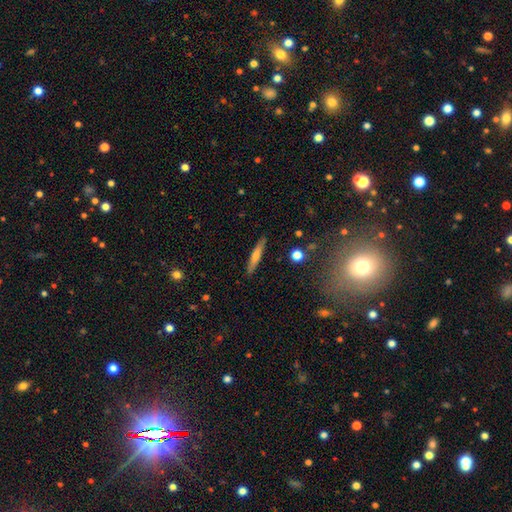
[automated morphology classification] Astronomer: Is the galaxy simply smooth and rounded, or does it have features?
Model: smooth — 60%.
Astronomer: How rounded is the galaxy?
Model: cigar-shaped — 91%.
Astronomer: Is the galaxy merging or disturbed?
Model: none — 88%.